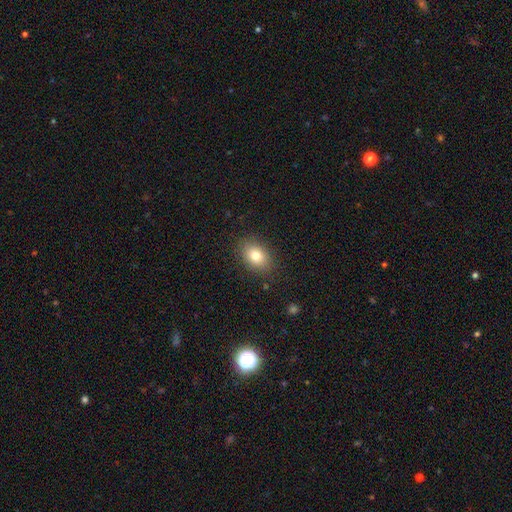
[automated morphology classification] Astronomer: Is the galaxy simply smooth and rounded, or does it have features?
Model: smooth — 79%.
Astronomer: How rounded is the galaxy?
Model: in between — 72%.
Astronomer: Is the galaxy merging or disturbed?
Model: none — 86%.